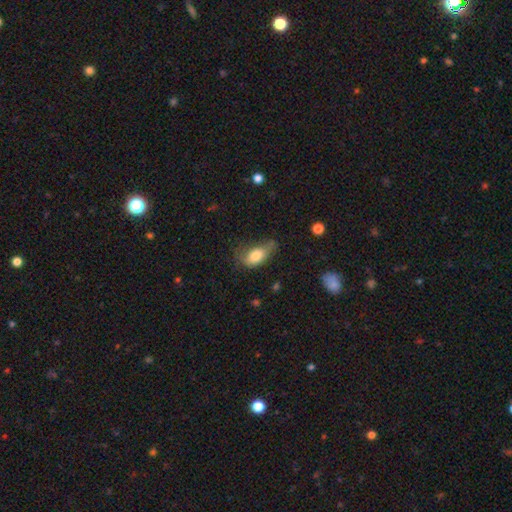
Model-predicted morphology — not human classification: The model was most divided on "merging": minor disturbance: 39%, none: 31%, major disturbance: 27%, merger: 4%. More confident: how rounded — in between (88%); smooth or featured — smooth (76%).